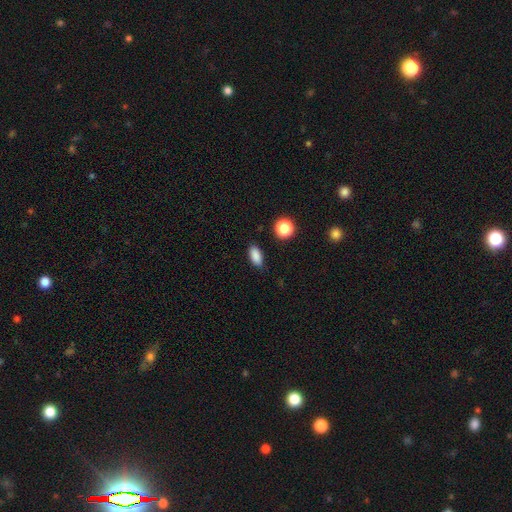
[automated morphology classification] This is clearly a smooth galaxy (87%). How rounded: clearly in between (86%). Merging: clearly none (85%).